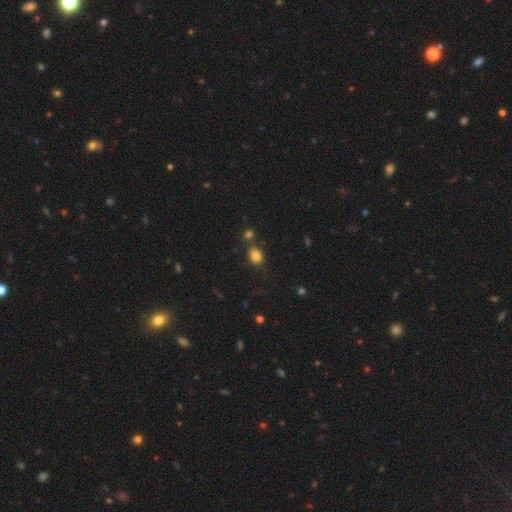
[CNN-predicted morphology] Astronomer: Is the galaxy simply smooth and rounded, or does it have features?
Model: smooth — 82%.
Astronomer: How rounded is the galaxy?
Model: in between — 52% (runner-up: round, 47%).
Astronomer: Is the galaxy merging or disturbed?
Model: none — 71%.